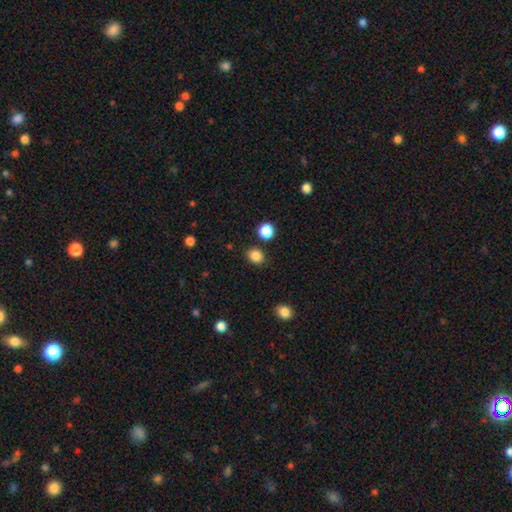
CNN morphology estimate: This is clearly a smooth galaxy (85%). How rounded: likely round (72%). Merging: clearly none (84%).